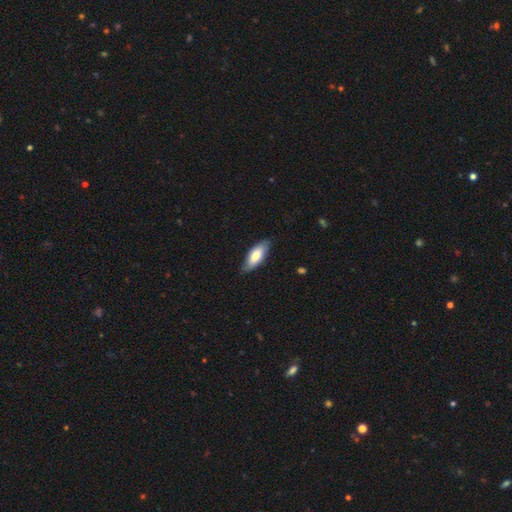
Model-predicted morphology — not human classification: type=smooth (72%); roundness=in between (76%); merging=none (79%).